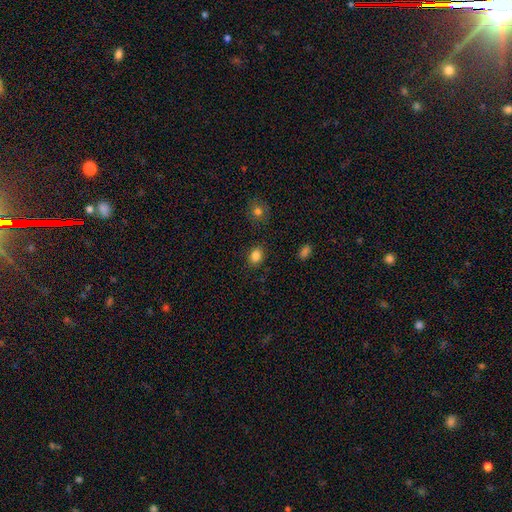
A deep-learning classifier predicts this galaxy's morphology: Q: Smooth or featured?
A: smooth (85%); runner-up: star or artifact (10%)
Q: How rounded?
A: in between (57%); runner-up: round (42%)
Q: Merging?
A: none (86%); runner-up: minor disturbance (9%)